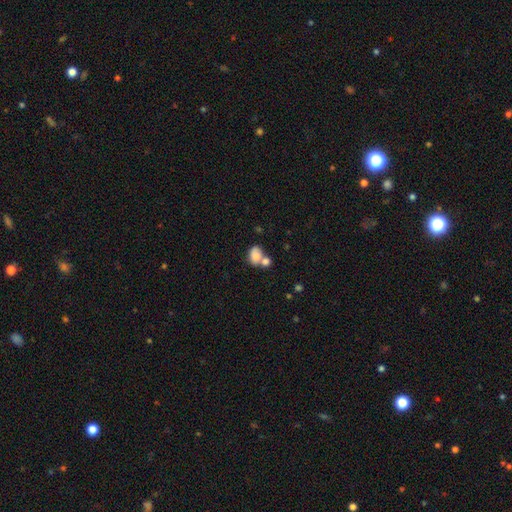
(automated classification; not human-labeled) Smooth or featured? Predicted: smooth (p=0.74). How rounded? Predicted: in between (p=0.67). Merging? Predicted: merger (p=0.58).